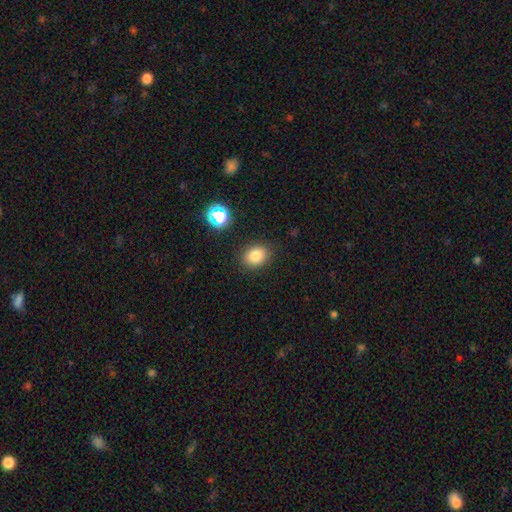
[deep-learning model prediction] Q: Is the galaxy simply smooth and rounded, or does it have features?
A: smooth — 82%.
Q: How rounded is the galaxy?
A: in between — 55%.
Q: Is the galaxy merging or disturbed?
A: none — 86%.